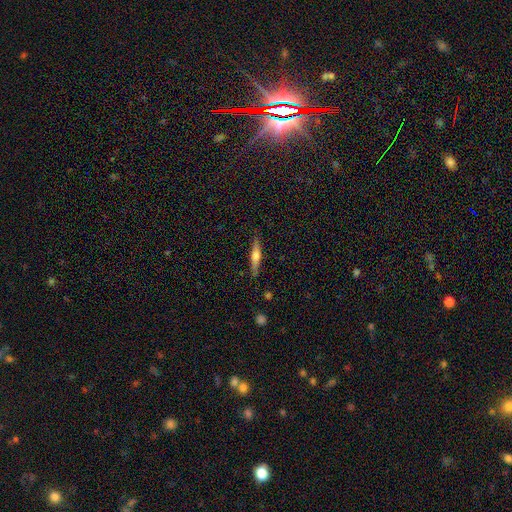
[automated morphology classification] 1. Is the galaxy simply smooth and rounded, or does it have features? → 57% featured or disk, 37% smooth, 6% star or artifact.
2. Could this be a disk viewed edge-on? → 96% yes, 4% no.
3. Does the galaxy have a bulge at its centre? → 88% rounded, 6% boxy, 5% none.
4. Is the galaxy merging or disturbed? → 88% none, 9% minor disturbance, 2% major disturbance, 1% merger.